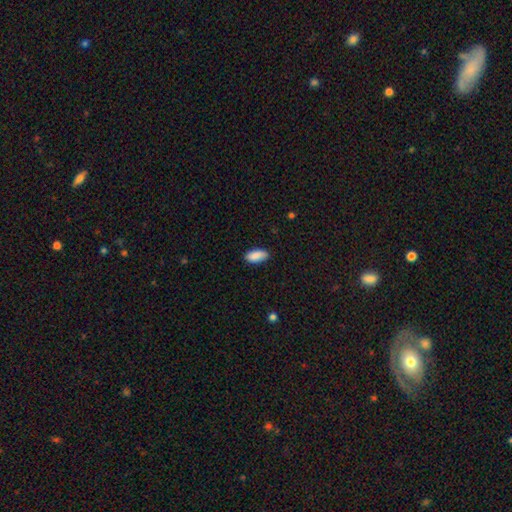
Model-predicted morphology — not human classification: Smooth or featured?
  - smooth: 89% *
  - star or artifact: 6%
  - featured or disk: 4%
How rounded?
  - in between: 90% *
  - cigar-shaped: 8%
  - round: 2%
Merging?
  - none: 85% *
  - minor disturbance: 12%
  - major disturbance: 2%
  - merger: 1%